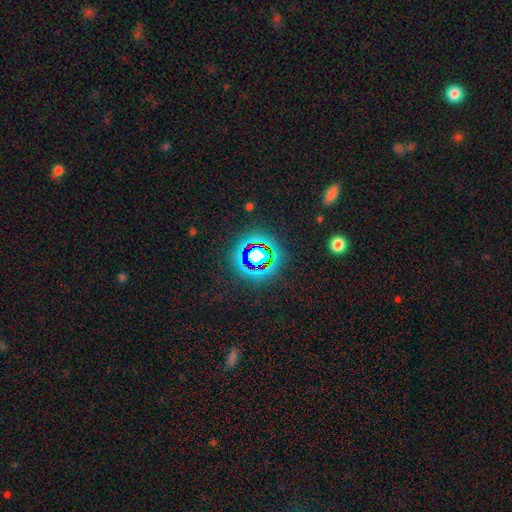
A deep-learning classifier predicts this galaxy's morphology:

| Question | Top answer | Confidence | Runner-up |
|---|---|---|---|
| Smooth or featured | star or artifact | 76% | smooth (14%) |